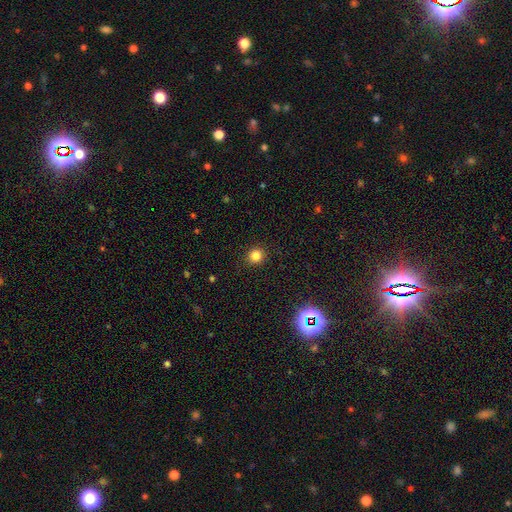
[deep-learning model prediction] smooth 82%, star or artifact 14%, featured or disk 4%. Down the decision tree: how rounded — round (90%); merging — none (90%).